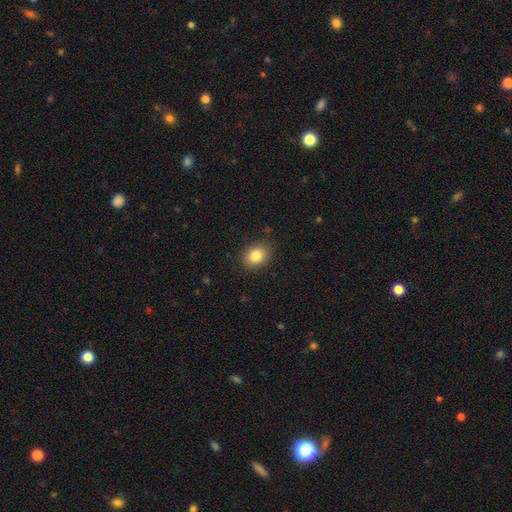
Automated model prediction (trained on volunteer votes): Overall: smooth (82%). How rounded: in between (55%; round 44%). Merging: none (86%).